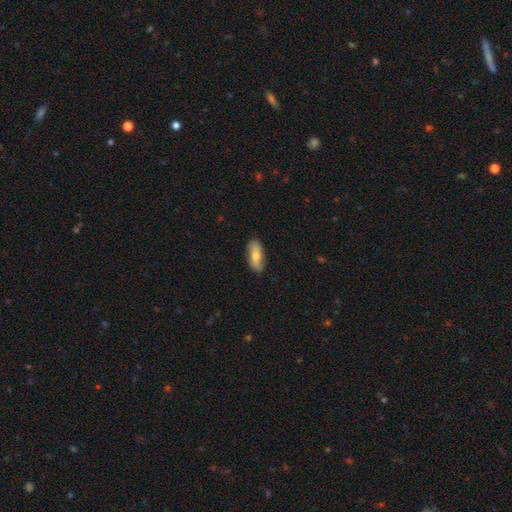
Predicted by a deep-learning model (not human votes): A smooth galaxy with no disk features (72%) that is in between round and cigar-shaped (80%). Merging: none (81%).